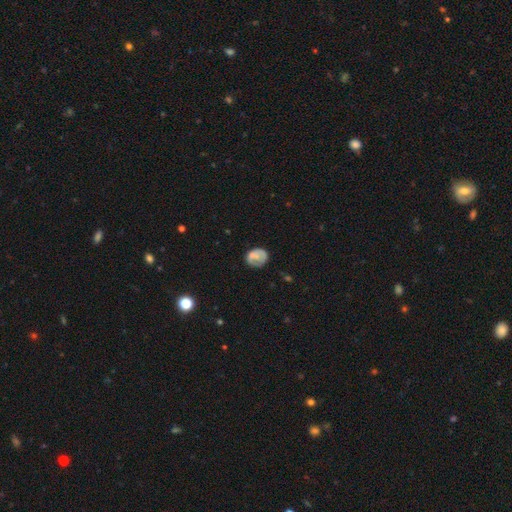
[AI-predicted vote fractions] A smooth galaxy with no disk features (60%) that is round (57%).

Vote fractions:
- Smooth or featured? smooth: 60% / featured or disk: 31% / star or artifact: 9%
- How rounded? round: 57% / in between: 42% / cigar-shaped: 1%
- Merging? none: 49% / minor disturbance: 30% / major disturbance: 17% / merger: 4%